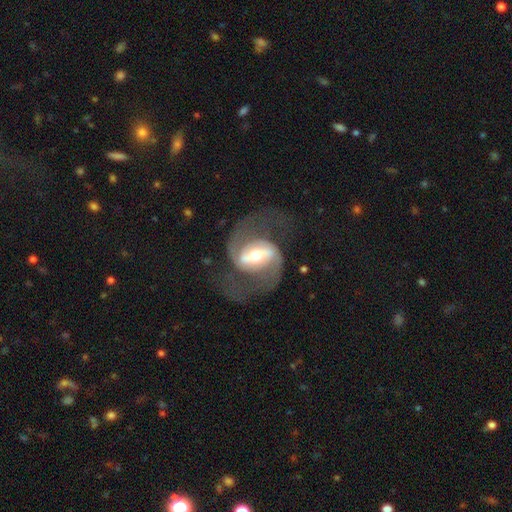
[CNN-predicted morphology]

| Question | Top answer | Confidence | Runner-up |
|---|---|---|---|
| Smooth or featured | featured or disk | 91% | smooth (5%) |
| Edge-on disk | no | 97% | yes (3%) |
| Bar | strong | 54% | weak (35%) |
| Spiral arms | yes | 97% | no (3%) |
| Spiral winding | medium | 55% | loose (33%) |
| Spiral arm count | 2 | 94% | can't tell (2%) |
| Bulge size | moderate | 60% | small (27%) |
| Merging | none | 72% | major disturbance (14%) |